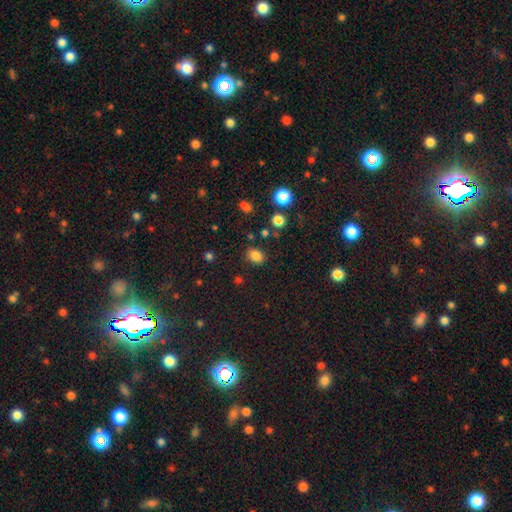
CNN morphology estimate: smooth 82%, star or artifact 13%, featured or disk 5%. Down the decision tree: how rounded — in between (67%); merging — none (83%).